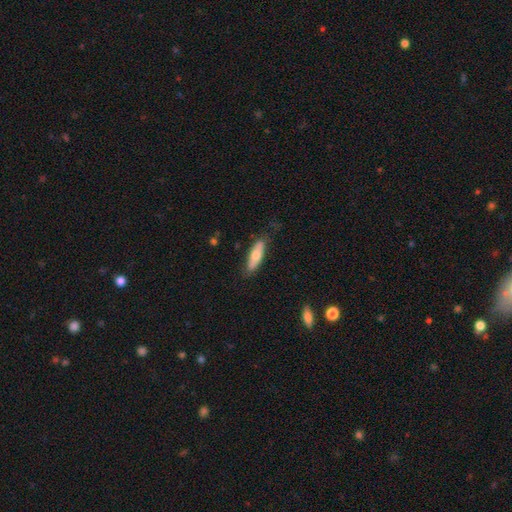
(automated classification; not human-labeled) A smooth galaxy with no disk features (65%) that is cigar-shaped (57%). Merging: none (77%).